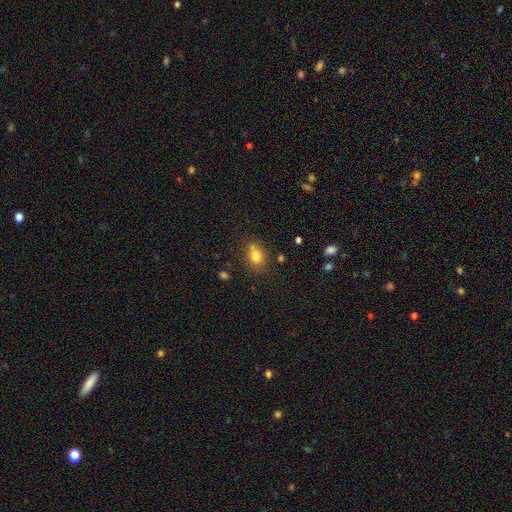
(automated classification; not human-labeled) This appears to be a smooth galaxy with no disk features (77%) that is in between round and cigar-shaped (55%). Merging: none (61%).